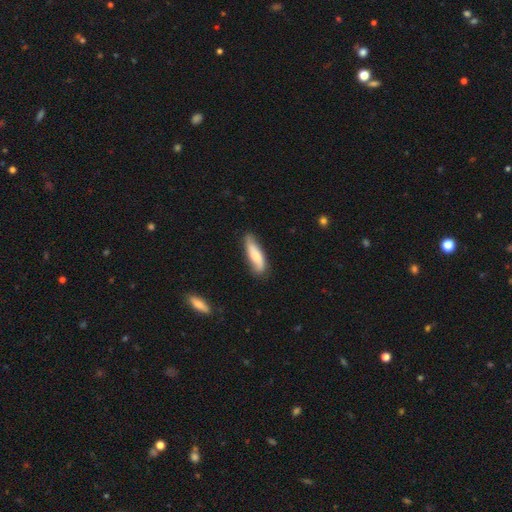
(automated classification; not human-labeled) Smooth or featured: smooth — 69% (featured or disk — 25%)
How rounded: cigar-shaped — 61% (in between — 37%)
Merging: none — 75% (minor disturbance — 20%)